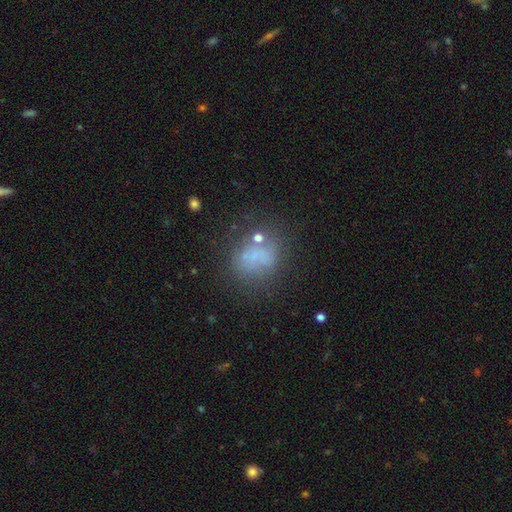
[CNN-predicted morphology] A smooth galaxy with no disk features (52%) that is round (57%). Merging: none (55%).